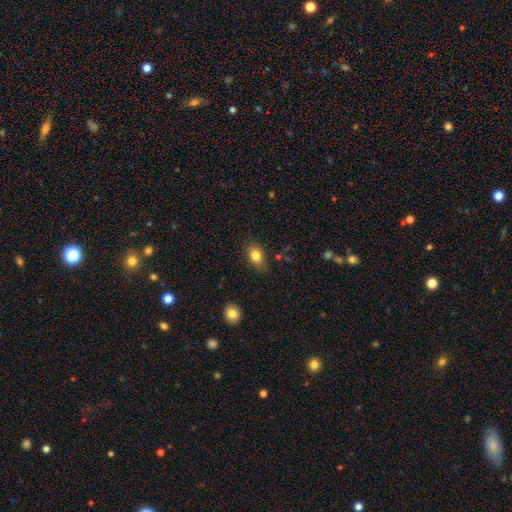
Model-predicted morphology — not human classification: A smooth galaxy with no disk features (82%) that is in between round and cigar-shaped (72%).

Vote fractions:
- Smooth or featured? smooth: 82% / star or artifact: 10% / featured or disk: 9%
- How rounded? in between: 72% / round: 26% / cigar-shaped: 2%
- Merging? none: 77% / minor disturbance: 17% / major disturbance: 4% / merger: 2%